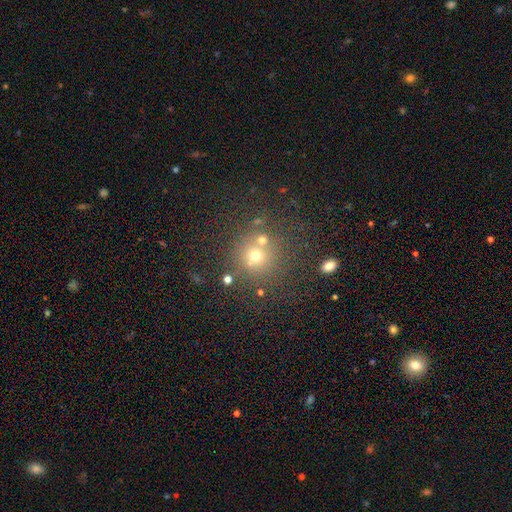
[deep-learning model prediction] The model was most divided on "smooth or featured": smooth: 63%, star or artifact: 24%, featured or disk: 13%. More confident: how rounded — round (91%); merging — none (69%).